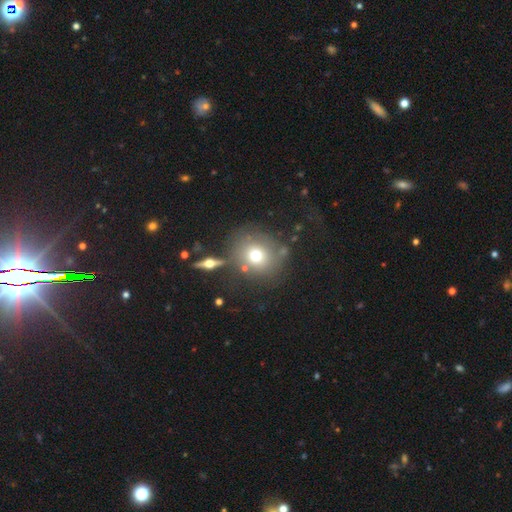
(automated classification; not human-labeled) Overall: smooth (67%). How rounded: round (85%). Merging: none (72%).